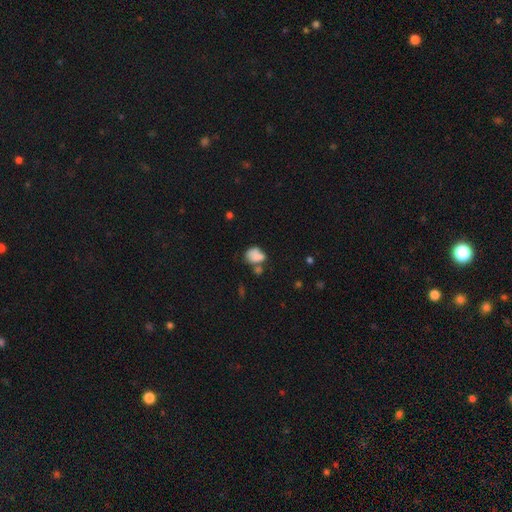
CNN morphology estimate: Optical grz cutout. It shows a smooth galaxy with no disk features (77%) that is in between round and cigar-shaped (58%). Merging: none (36%).